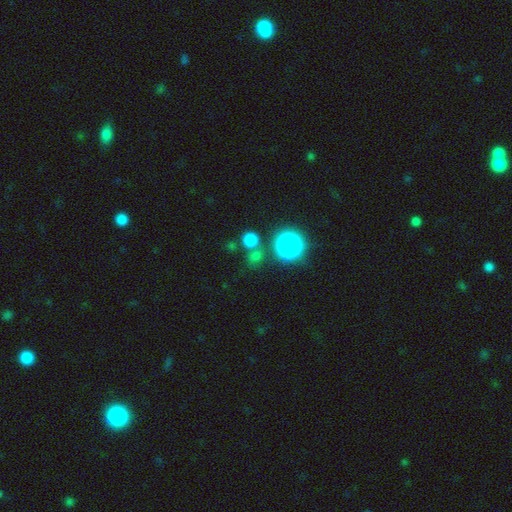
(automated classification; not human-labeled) Smooth or featured: smooth — 71% (star or artifact — 21%)
How rounded: round — 85% (in between — 13%)
Merging: none — 69% (merger — 18%)